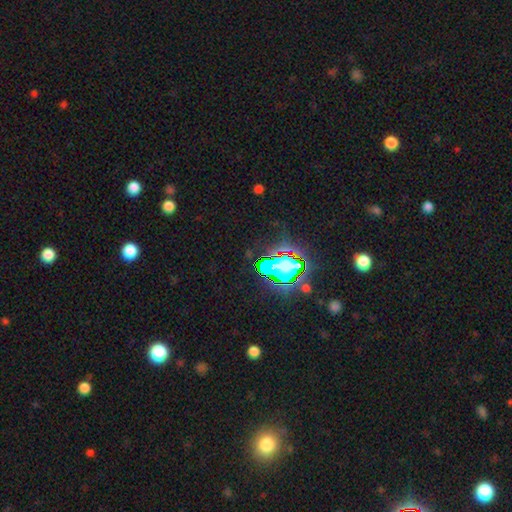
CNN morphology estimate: smooth_or_featured: star or artifact (p=0.76) [alt: smooth p=0.15]